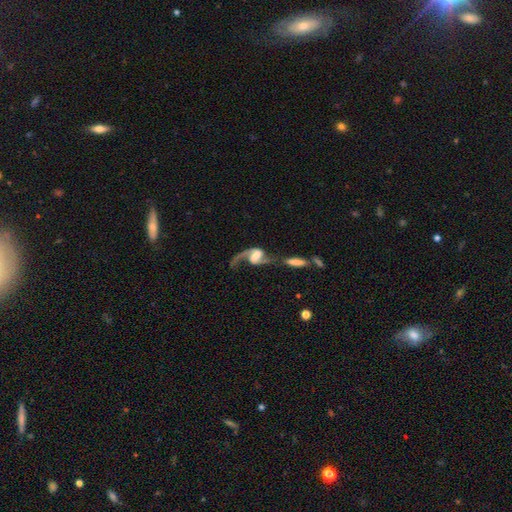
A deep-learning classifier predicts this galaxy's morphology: featured or disk 86%, smooth 8%, star or artifact 5%. Down the decision tree: edge-on disk — no (96%); bar — weak (48%); spiral arms — yes (95%); spiral arm count — 2 (79%); spiral winding — loose (73%); bulge size — moderate (40%); merging — merger (37%).